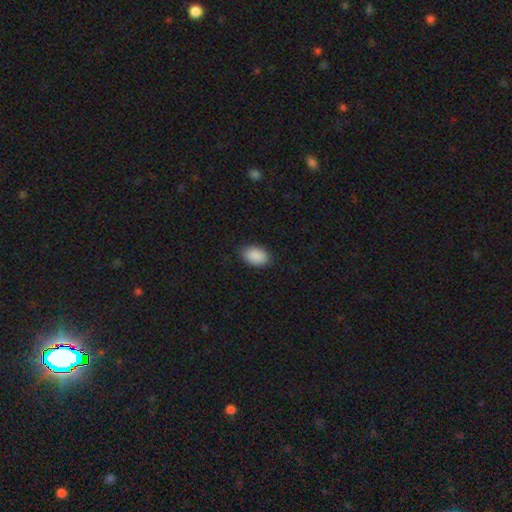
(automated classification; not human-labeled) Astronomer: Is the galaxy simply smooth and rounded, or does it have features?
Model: smooth — 91%.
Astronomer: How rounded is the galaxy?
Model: in between — 90%.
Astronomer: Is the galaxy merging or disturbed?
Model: none — 87%.